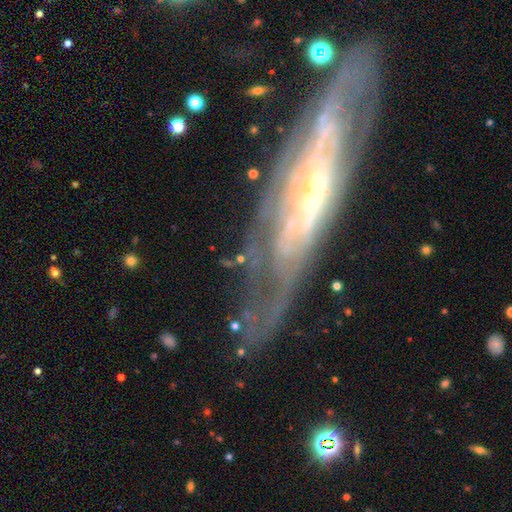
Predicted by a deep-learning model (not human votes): A featured or disk galaxy (81%) with no bar (54%), spiral arms (84%) and a small central bulge (55%). Merging: none (72%).